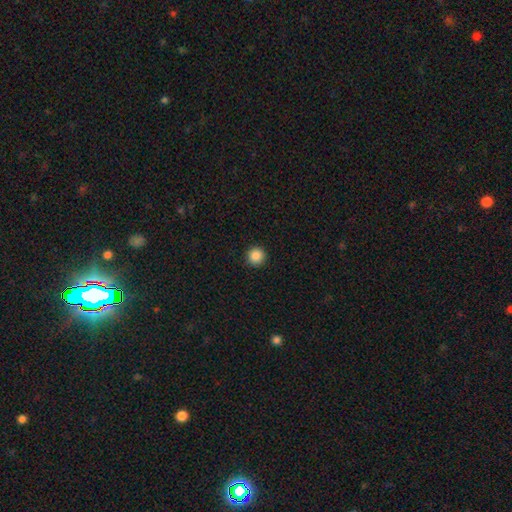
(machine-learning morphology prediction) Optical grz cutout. It shows a smooth galaxy with no disk features (87%) that is round (96%). Merging: none (93%).